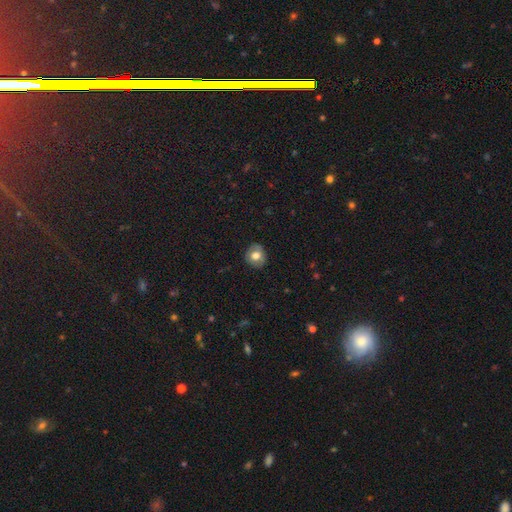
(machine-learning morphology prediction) smooth_or_featured: smooth (p=0.66) [alt: featured or disk p=0.25]
how_rounded: round (p=0.80) [alt: in between p=0.19]
merging: none (p=0.85) [alt: minor disturbance p=0.12]